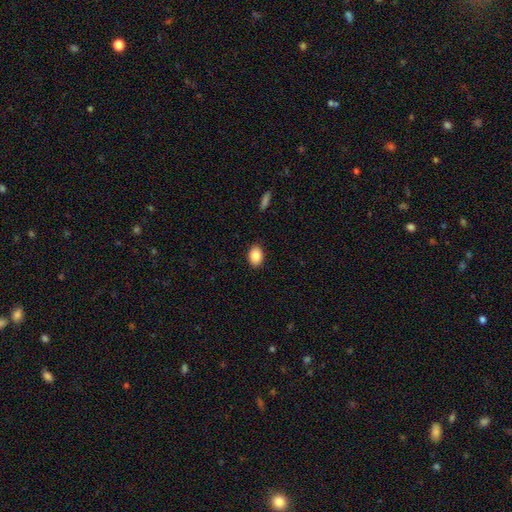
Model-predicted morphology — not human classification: Smooth or featured: smooth — 87% (star or artifact — 8%)
How rounded: in between — 79% (round — 20%)
Merging: none — 89% (minor disturbance — 8%)